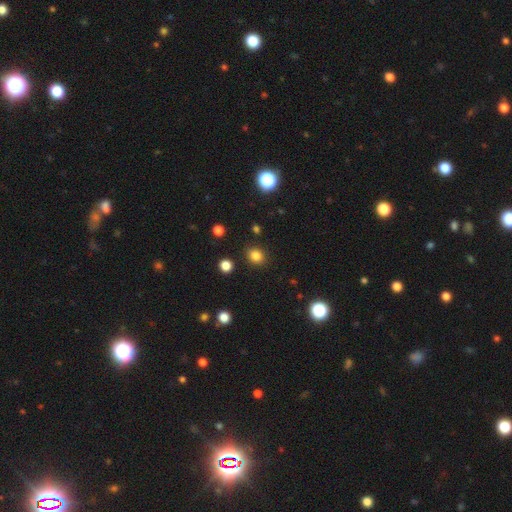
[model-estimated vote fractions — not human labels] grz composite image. It shows a smooth galaxy with no disk features (83%) that is round (74%). Merging: none (89%).